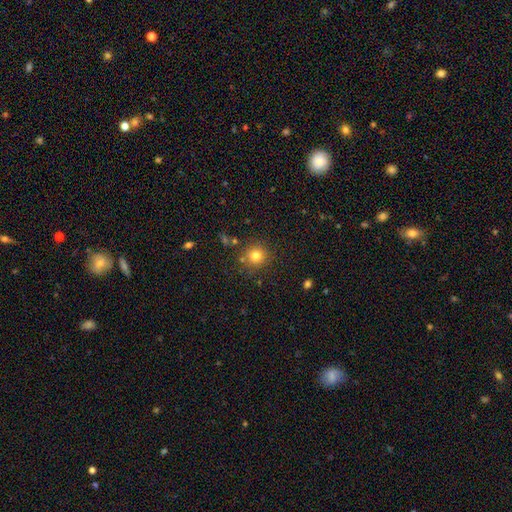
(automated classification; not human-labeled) This appears to be a smooth galaxy with no disk features (79%) that is round (93%). Merging: none (84%).